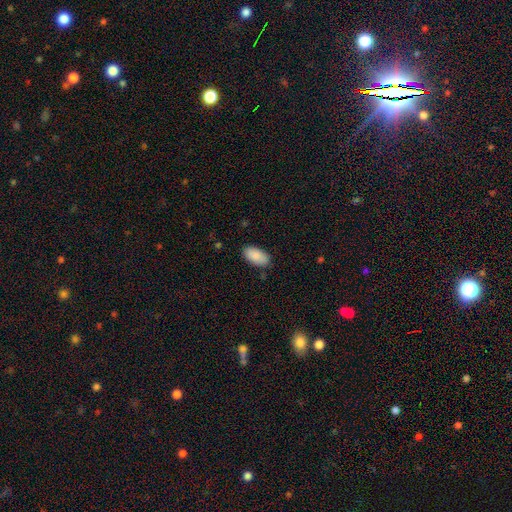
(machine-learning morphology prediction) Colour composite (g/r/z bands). It shows a smooth galaxy with no disk features (89%) that is in between round and cigar-shaped (95%). Merging: none (86%).